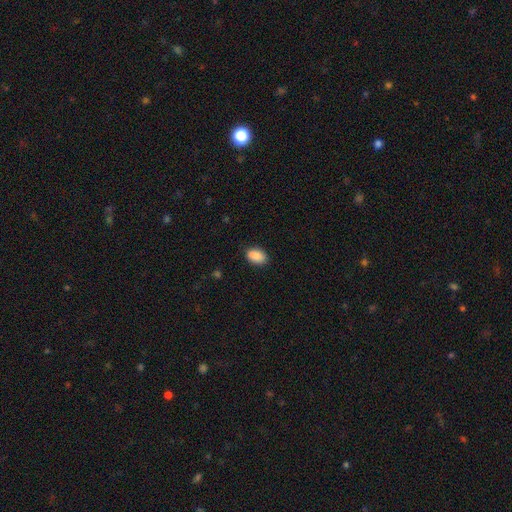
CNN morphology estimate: Smooth or featured: smooth — 88% (star or artifact — 8%)
How rounded: in between — 88% (round — 11%)
Merging: none — 81% (minor disturbance — 14%)